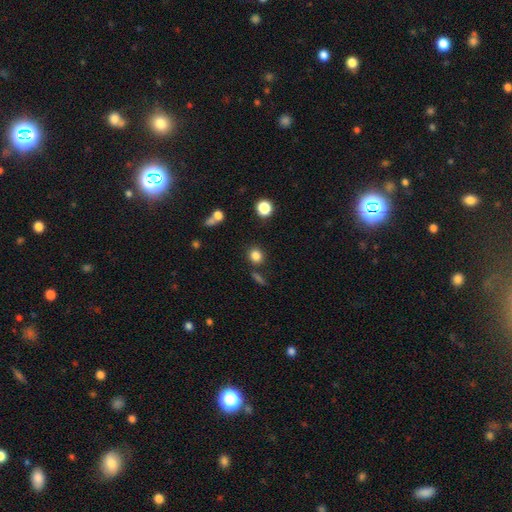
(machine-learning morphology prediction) This appears to be a smooth galaxy with no disk features (82%) that is round (82%). Merging: none (81%).